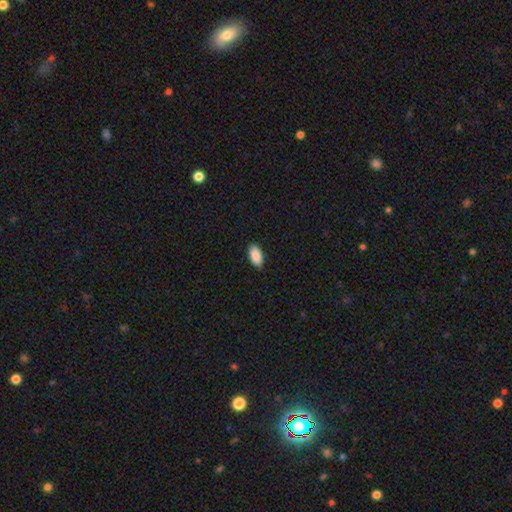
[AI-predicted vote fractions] Smooth or featured: smooth — 90% (star or artifact — 6%)
How rounded: in between — 95% (cigar-shaped — 3%)
Merging: none — 90% (minor disturbance — 8%)